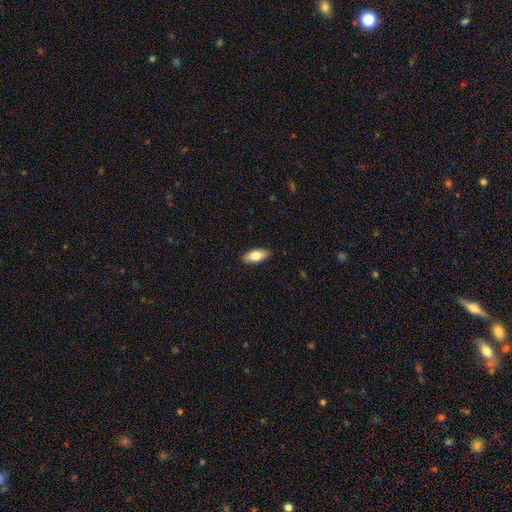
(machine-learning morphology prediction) type=smooth (79%); roundness=in between (86%); merging=none (89%).